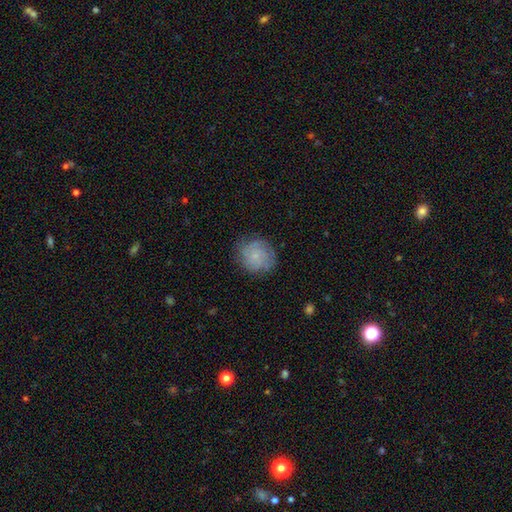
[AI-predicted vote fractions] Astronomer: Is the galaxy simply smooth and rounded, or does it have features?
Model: smooth — 49% (runner-up: featured or disk, 41%).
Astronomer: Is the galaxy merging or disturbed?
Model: none — 77%.